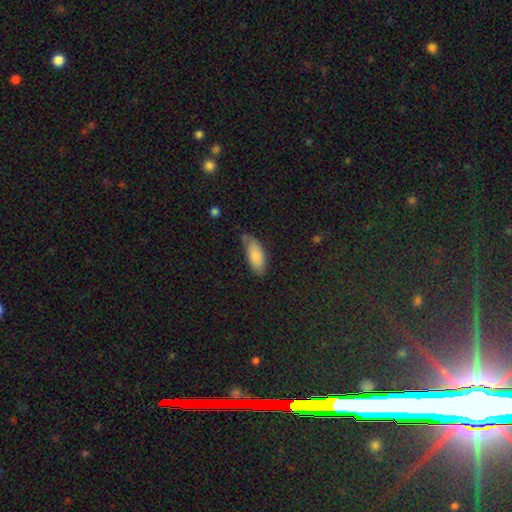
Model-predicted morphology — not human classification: The model was most divided on "merging": none: 54%, minor disturbance: 34%, major disturbance: 9%, merger: 3%. More confident: how rounded — in between (83%); smooth or featured — smooth (82%).